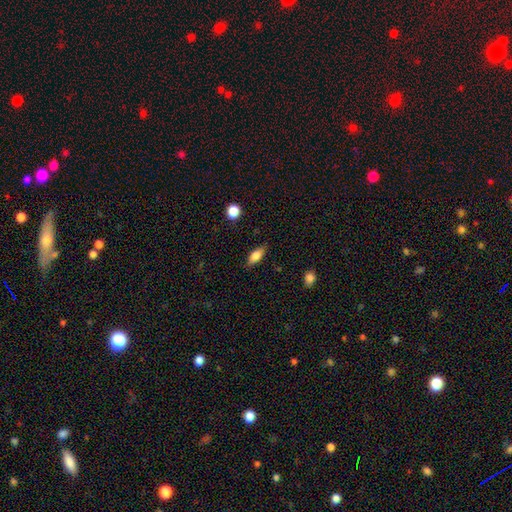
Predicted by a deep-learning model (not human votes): This appears to be a smooth galaxy with no disk features (75%) that is in between round and cigar-shaped (75%). Merging: none (84%).